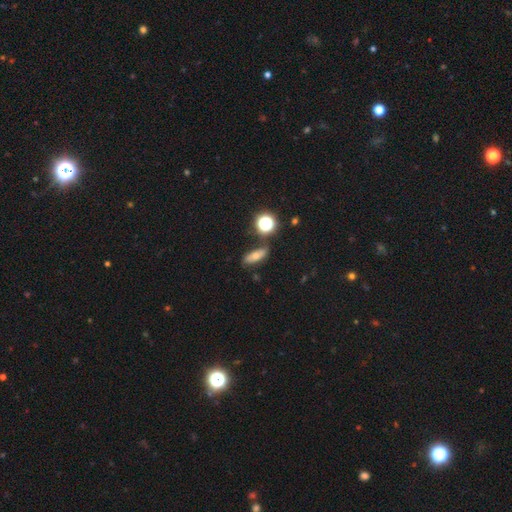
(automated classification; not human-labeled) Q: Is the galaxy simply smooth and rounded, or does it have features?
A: smooth — 57%.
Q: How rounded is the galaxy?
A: in between — 60%.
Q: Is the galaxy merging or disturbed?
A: none — 72%.